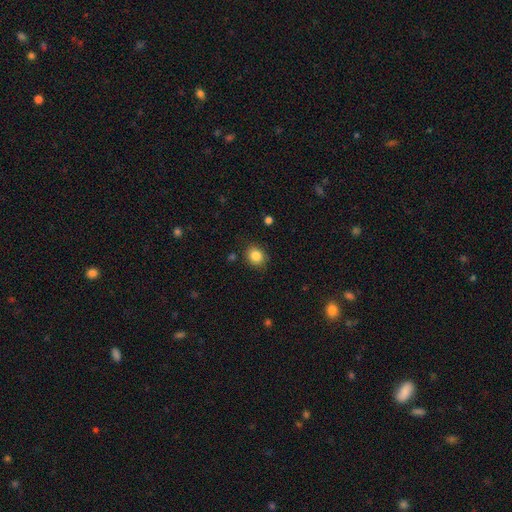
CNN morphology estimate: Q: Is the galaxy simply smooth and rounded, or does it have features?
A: smooth — 85%.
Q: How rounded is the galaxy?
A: round — 71%.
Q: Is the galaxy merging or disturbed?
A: none — 84%.